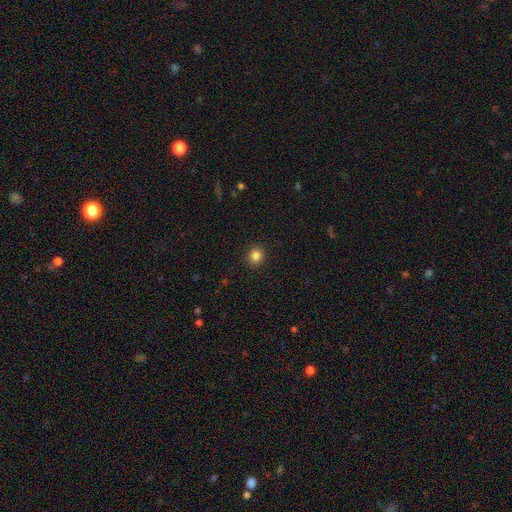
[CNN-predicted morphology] Smooth or featured: smooth — 84% (star or artifact — 11%)
How rounded: round — 86% (in between — 13%)
Merging: none — 92% (minor disturbance — 5%)